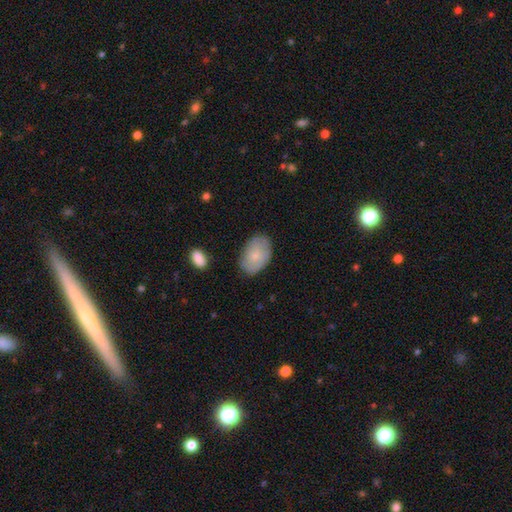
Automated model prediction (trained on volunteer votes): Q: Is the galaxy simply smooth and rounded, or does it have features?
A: smooth — 61%.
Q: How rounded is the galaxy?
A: in between — 87%.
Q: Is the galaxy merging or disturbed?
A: none — 77%.